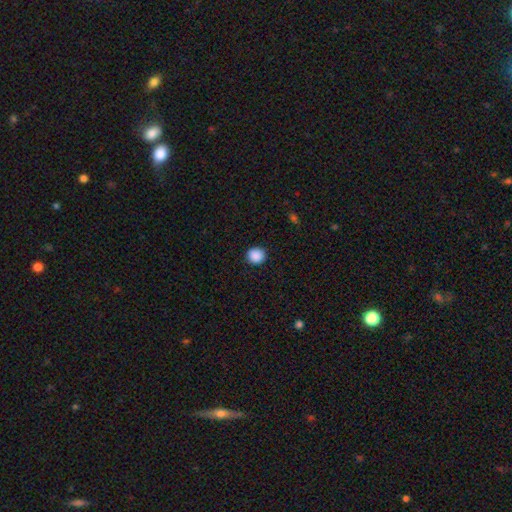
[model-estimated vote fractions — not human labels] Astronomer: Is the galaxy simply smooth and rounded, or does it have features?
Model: smooth — 89%.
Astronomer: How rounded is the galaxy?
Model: round — 90%.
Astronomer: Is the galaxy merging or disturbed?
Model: none — 91%.